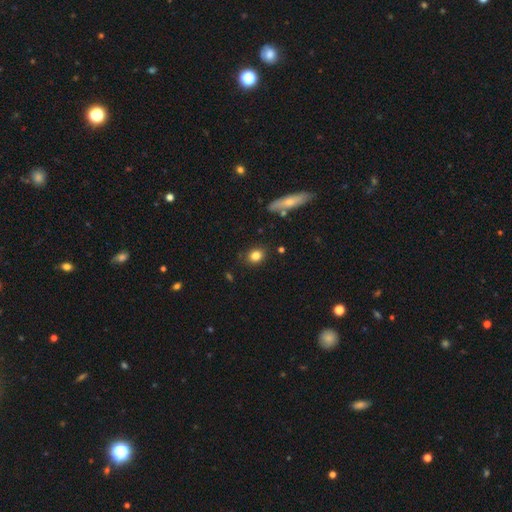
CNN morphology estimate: A smooth galaxy with no disk features (82%) that is round (64%).

Vote fractions:
- Smooth or featured? smooth: 82% / star or artifact: 10% / featured or disk: 8%
- How rounded? round: 64% / in between: 33% / cigar-shaped: 2%
- Merging? none: 84% / minor disturbance: 11% / major disturbance: 3% / merger: 2%